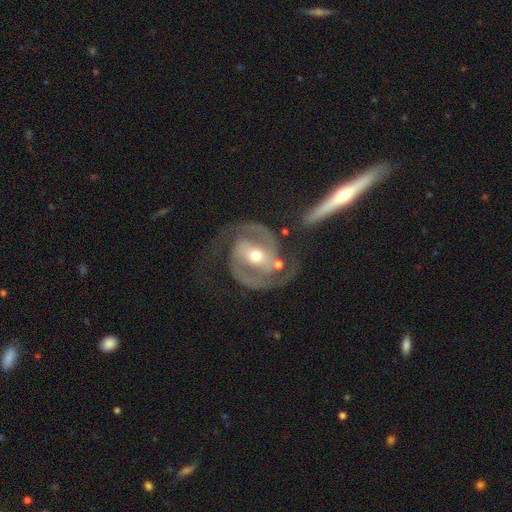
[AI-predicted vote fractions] Smooth or featured? featured or disk (93%)
Edge-on disk? no (97%)
Bar? strong (37%)
Spiral arms? yes (98%)
Spiral winding? medium (52%)
Spiral arm count? 2 (93%)
Bulge size? moderate (63%)
Merging? none (68%)